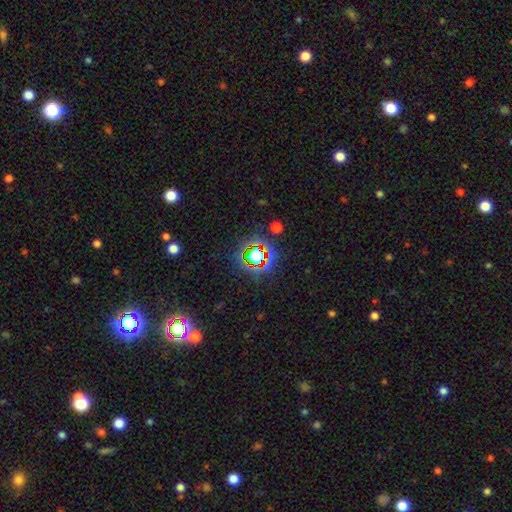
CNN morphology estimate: This appears to be a star or artifact, not a galaxy (68%).